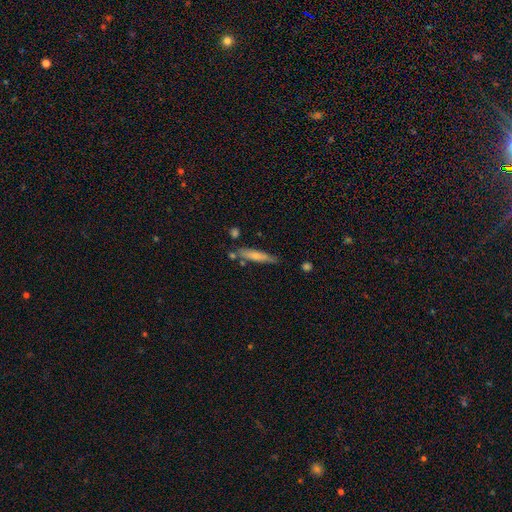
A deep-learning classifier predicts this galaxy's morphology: Overall: smooth (64%; featured or disk 30%). How rounded: cigar-shaped (84%). Merging: none (70%).